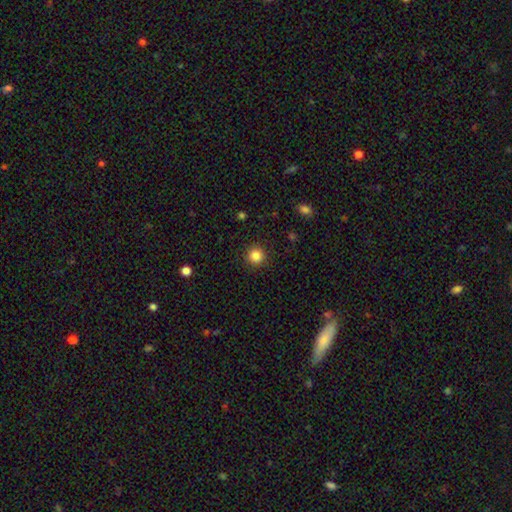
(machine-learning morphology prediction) Smooth or featured? Predicted: smooth (p=0.85). How rounded? Predicted: round (p=0.95). Merging? Predicted: none (p=0.92).